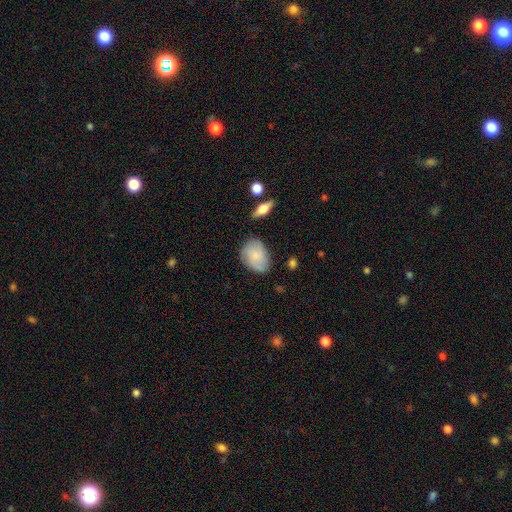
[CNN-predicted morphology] This appears to be a smooth galaxy with no disk features (71%) that is in between round and cigar-shaped (77%). Merging: none (72%).